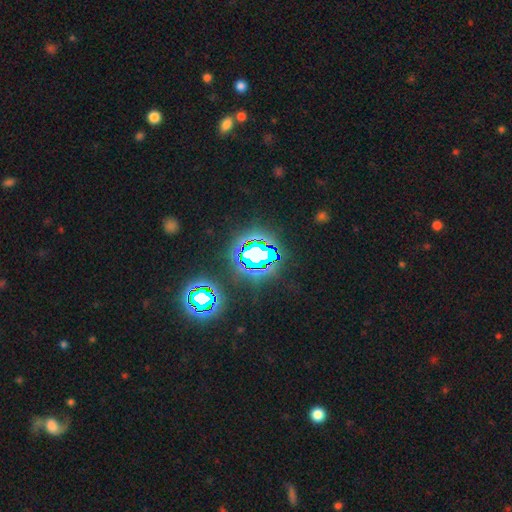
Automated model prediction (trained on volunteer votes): This appears to be a star or artifact, not a galaxy (71%).